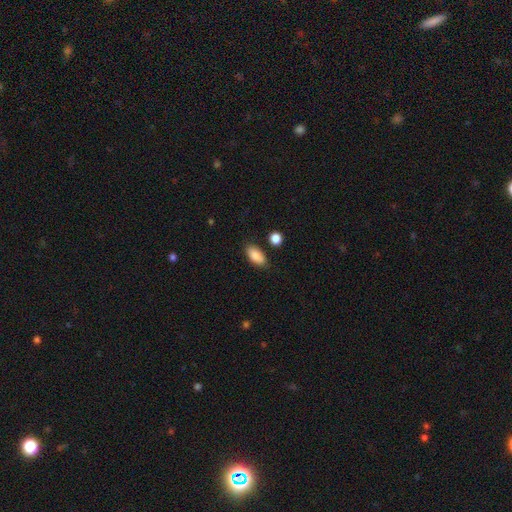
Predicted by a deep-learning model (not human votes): Morphology: type=smooth (88%); roundness=in between (90%); merging=none (82%).